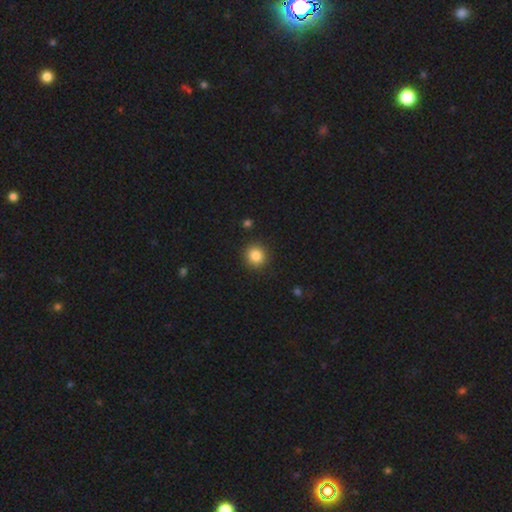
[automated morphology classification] Smooth or featured? Predicted: smooth (p=0.85). How rounded? Predicted: round (p=0.91). Merging? Predicted: none (p=0.90).